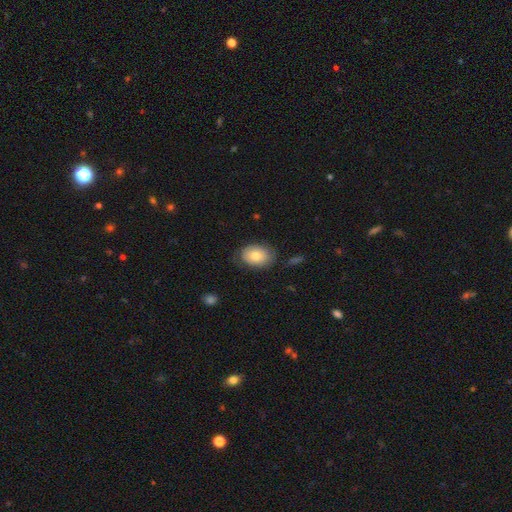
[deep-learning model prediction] smooth_or_featured: smooth (p=0.78) [alt: featured or disk p=0.15]
how_rounded: in between (p=0.84) [alt: round p=0.15]
merging: none (p=0.76) [alt: minor disturbance p=0.18]